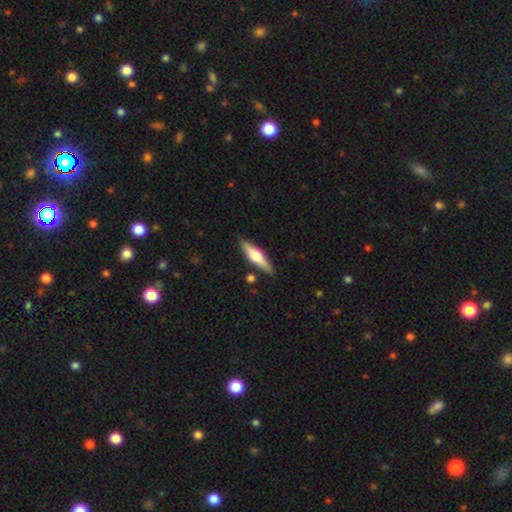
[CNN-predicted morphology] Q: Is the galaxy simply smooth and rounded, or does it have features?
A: featured or disk — 60%.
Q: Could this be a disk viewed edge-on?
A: yes — 96%.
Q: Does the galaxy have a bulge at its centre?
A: rounded — 93%.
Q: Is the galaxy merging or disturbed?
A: none — 87%.